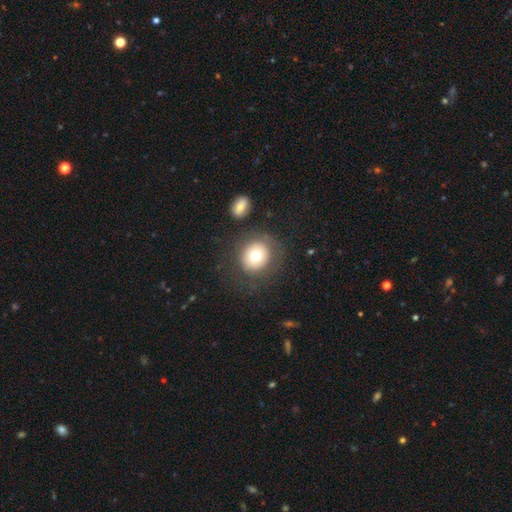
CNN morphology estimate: type=smooth (73%); roundness=round (86%); merging=none (76%).